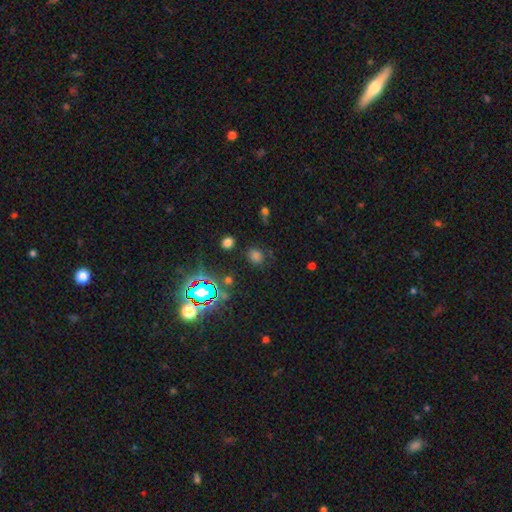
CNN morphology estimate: This is likely a smooth galaxy (64%). How rounded: likely round (72%). Merging: likely none (77%).